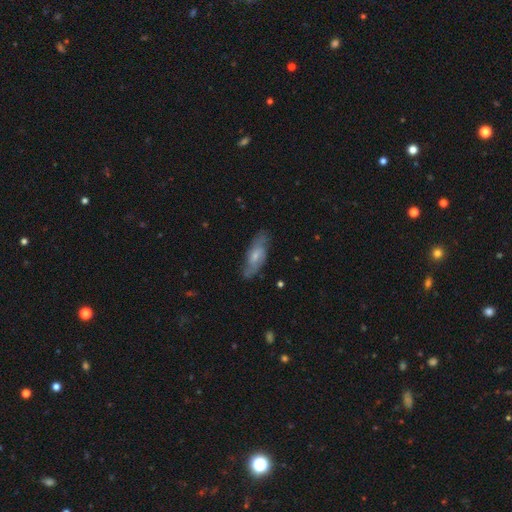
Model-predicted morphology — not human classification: type=featured or disk (54%); edge-on=no (82%); merging=none (70%).